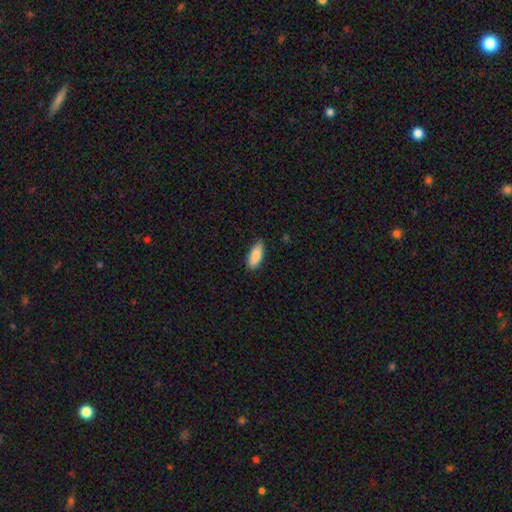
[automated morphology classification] Smooth or featured: smooth — 86% (featured or disk — 8%)
How rounded: in between — 81% (cigar-shaped — 17%)
Merging: none — 82% (minor disturbance — 15%)